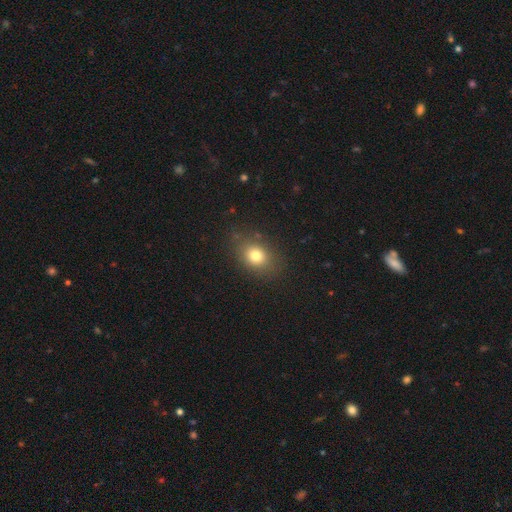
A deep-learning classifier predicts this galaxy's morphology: The model was most divided on "how rounded": in between: 56%, round: 43%, cigar-shaped: 1%. More confident: merging — none (81%); smooth or featured — smooth (77%).